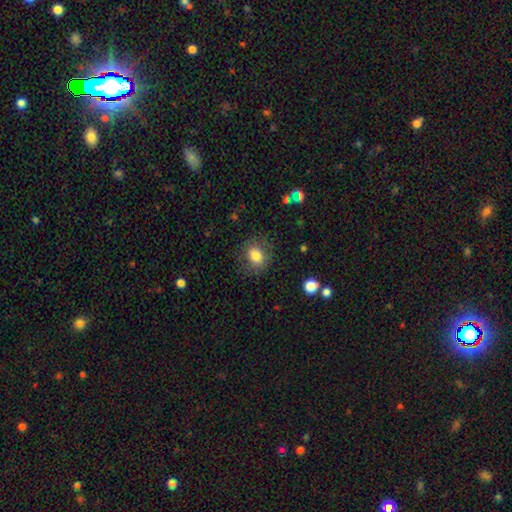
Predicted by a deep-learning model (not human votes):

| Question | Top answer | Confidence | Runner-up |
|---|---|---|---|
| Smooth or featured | smooth | 80% | featured or disk (10%) |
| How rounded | round | 53% | in between (46%) |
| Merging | none | 78% | minor disturbance (14%) |